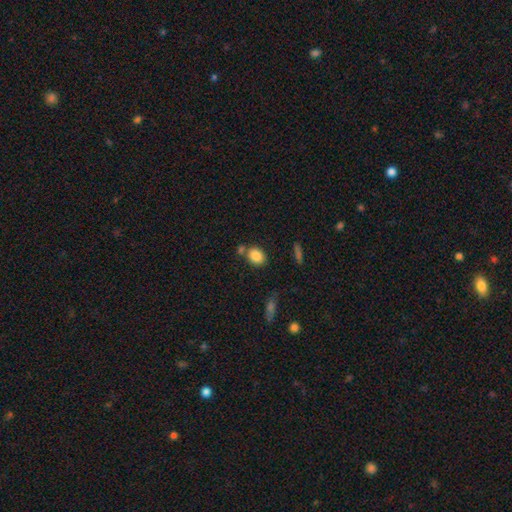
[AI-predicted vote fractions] smooth-or-featured: smooth: 85% | star or artifact: 9% | featured or disk: 6%
  how-rounded: in between: 65% | round: 34% | cigar-shaped: 1%
  merging: none: 64% | merger: 20% | minor disturbance: 12% | major disturbance: 4%